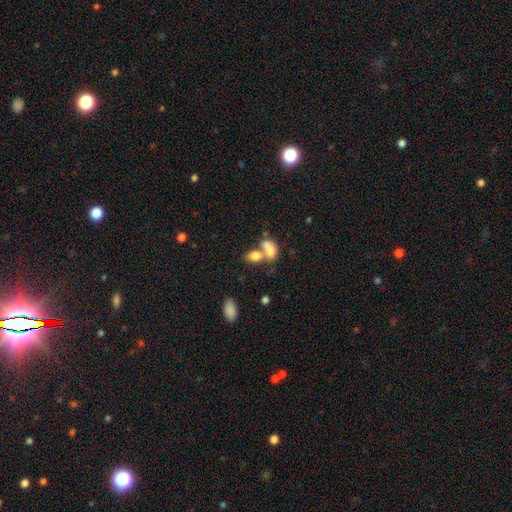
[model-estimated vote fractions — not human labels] Smooth or featured: smooth — 76% (featured or disk — 15%)
How rounded: in between — 83% (round — 14%)
Merging: merger — 61% (none — 27%)